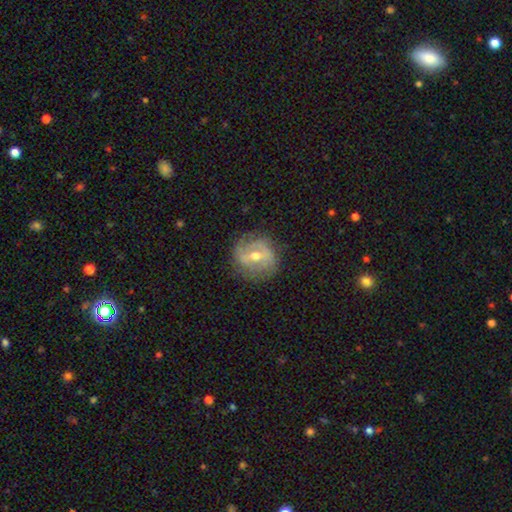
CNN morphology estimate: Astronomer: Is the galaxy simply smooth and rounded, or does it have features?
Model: featured or disk — 72%.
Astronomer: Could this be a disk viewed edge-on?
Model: no — 95%.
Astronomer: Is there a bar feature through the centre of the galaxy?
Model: weak — 45% (runner-up: strong, 34%).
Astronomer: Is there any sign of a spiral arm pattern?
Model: yes — 77%.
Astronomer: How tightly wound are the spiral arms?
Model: tight — 45% (runner-up: medium, 36%).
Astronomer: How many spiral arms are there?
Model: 2 — 53%.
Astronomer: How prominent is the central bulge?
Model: moderate — 71%.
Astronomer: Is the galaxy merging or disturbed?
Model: none — 75%.